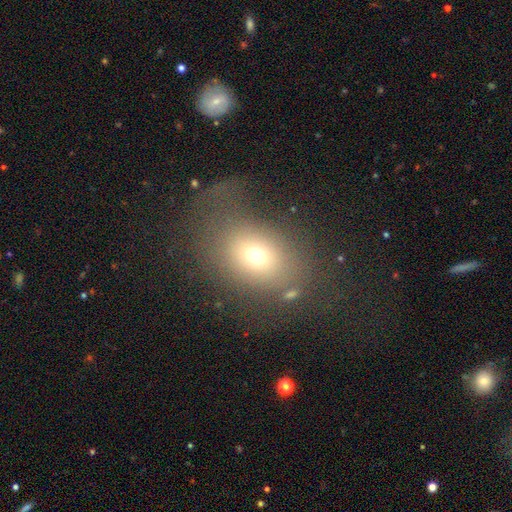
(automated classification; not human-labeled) Smooth or featured? Predicted: smooth (p=0.67). How rounded? Predicted: in between (p=0.61). Merging? Predicted: none (p=0.54).